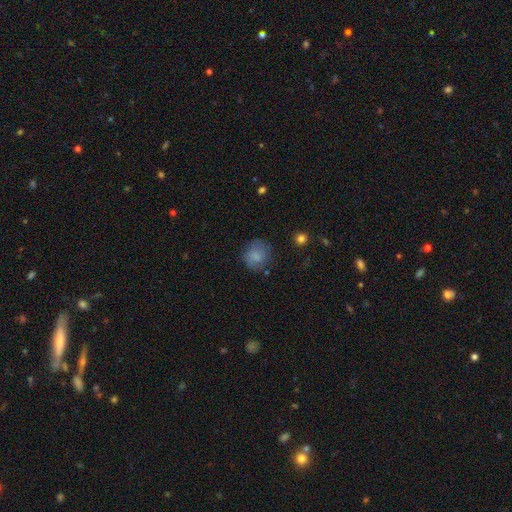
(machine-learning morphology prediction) smooth-or-featured: smooth: 77% | featured or disk: 13% | star or artifact: 9%
  how-rounded: round: 78% | in between: 21% | cigar-shaped: 1%
  merging: none: 70% | minor disturbance: 20% | major disturbance: 8% | merger: 2%